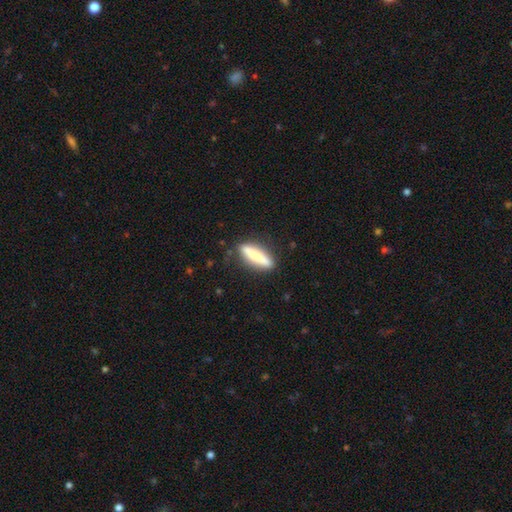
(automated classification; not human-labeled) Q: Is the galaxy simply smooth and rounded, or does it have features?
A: smooth — 62%.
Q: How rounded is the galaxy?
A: cigar-shaped — 83%.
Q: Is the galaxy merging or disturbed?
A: none — 86%.